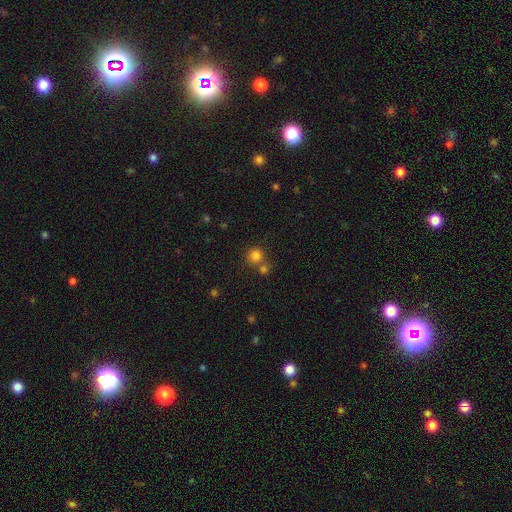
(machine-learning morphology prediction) type=smooth (80%); roundness=round (92%); merging=none (65%).